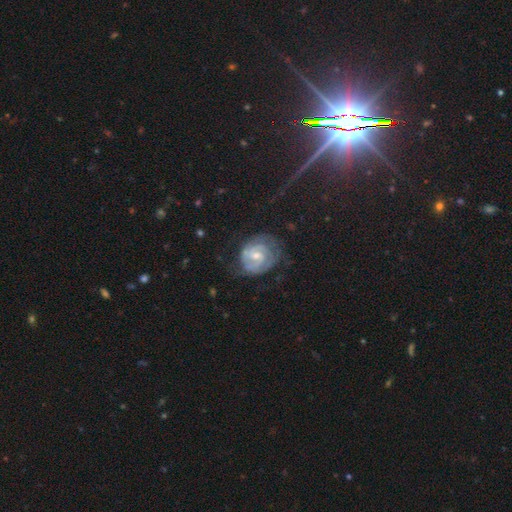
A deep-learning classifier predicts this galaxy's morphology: Smooth or featured? featured or disk (82%)
Edge-on disk? no (98%)
Bar? weak (54%)
Spiral arms? yes (94%)
Spiral winding? tight (57%)
Spiral arm count? 2 (63%)
Bulge size? small (50%)
Merging? none (63%)